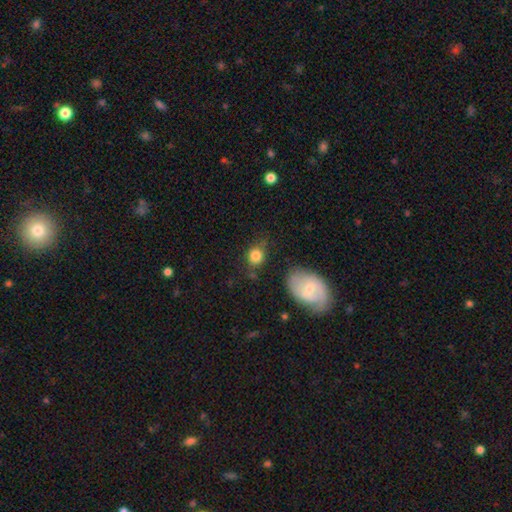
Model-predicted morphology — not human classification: This is clearly a smooth galaxy (83%). How rounded: likely round (70%). Merging: likely none (69%).